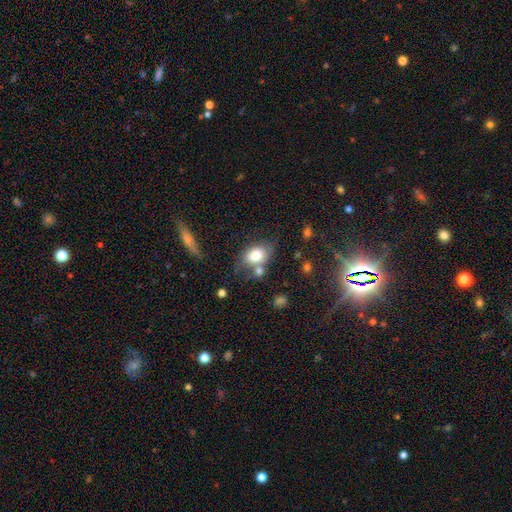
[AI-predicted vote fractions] Smooth or featured? Predicted: smooth (p=0.78). How rounded? Predicted: in between (p=0.74). Merging? Predicted: none (p=0.46).